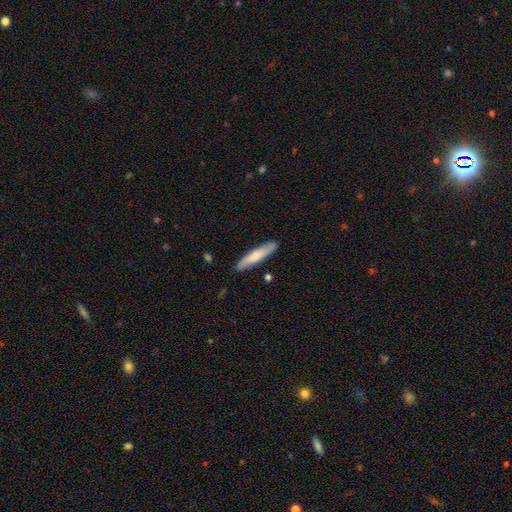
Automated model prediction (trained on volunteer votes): A smooth galaxy with no disk features (71%) that is cigar-shaped (87%). Merging: none (88%).